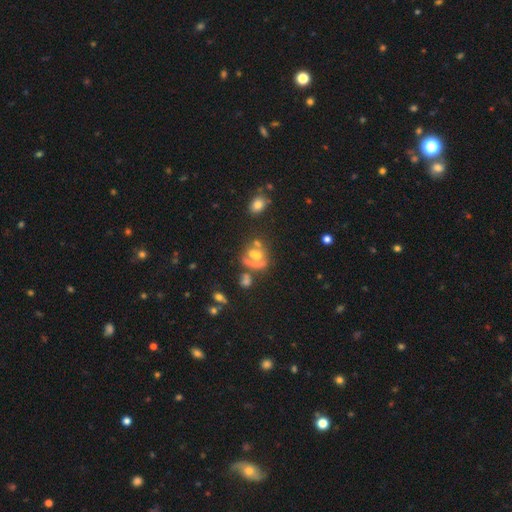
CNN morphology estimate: Smooth or featured? featured or disk (44%)
Merging? none (35%)